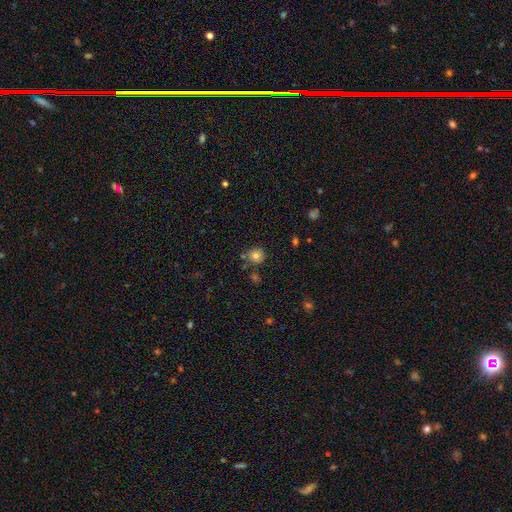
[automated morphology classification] smooth-or-featured: smooth: 79% | star or artifact: 13% | featured or disk: 9%
  how-rounded: round: 90% | in between: 9% | cigar-shaped: 1%
  merging: none: 78% | minor disturbance: 12% | merger: 8% | major disturbance: 3%